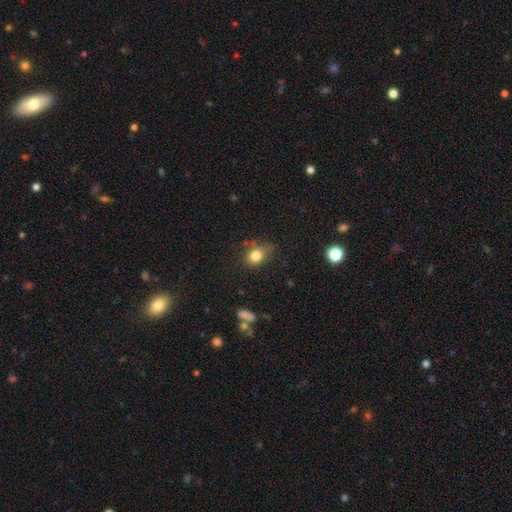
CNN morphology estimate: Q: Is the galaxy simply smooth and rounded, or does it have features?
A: smooth — 80%.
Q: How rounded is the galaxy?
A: in between — 49%, tied with round.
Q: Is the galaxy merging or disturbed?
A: none — 62%.